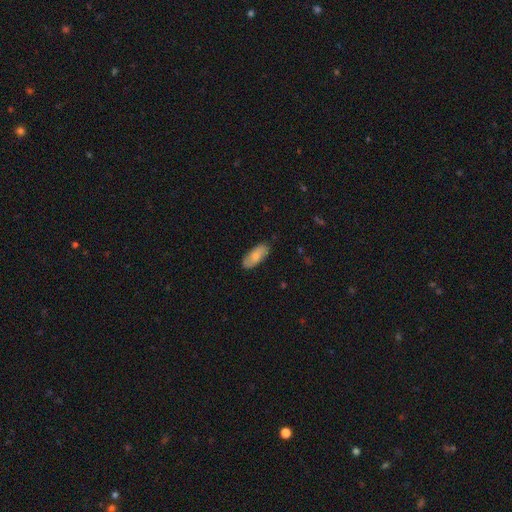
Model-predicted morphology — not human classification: smooth-or-featured: smooth: 72% | featured or disk: 22% | star or artifact: 6%
  how-rounded: in between: 84% | cigar-shaped: 14% | round: 2%
  merging: none: 84% | minor disturbance: 13% | major disturbance: 2% | merger: 1%